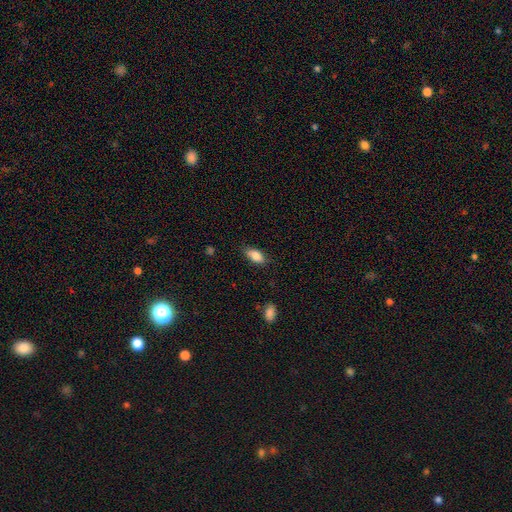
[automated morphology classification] A smooth galaxy with no disk features (84%) that is in between round and cigar-shaped (86%).

Vote fractions:
- Smooth or featured? smooth: 84% / featured or disk: 9% / star or artifact: 7%
- How rounded? in between: 86% / cigar-shaped: 10% / round: 4%
- Merging? none: 76% / minor disturbance: 20% / major disturbance: 3% / merger: 1%